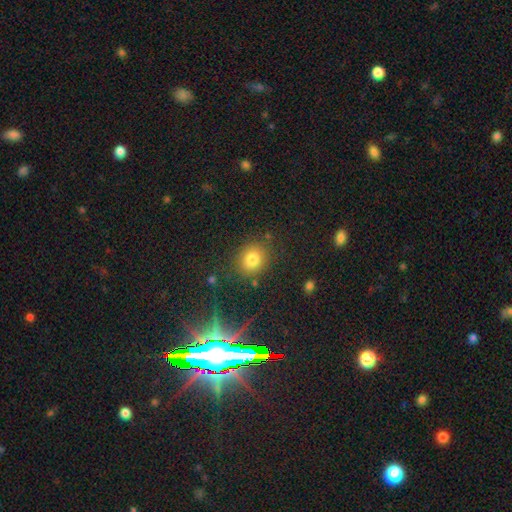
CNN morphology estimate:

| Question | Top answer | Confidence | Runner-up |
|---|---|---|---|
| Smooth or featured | smooth | 74% | star or artifact (18%) |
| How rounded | round | 67% | in between (32%) |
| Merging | none | 84% | minor disturbance (10%) |